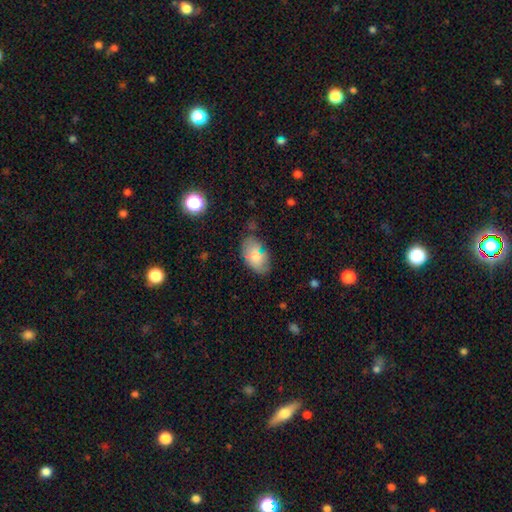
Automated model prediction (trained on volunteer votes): This is likely a smooth galaxy (77%). How rounded: clearly in between (93%). Merging: likely none (65%).